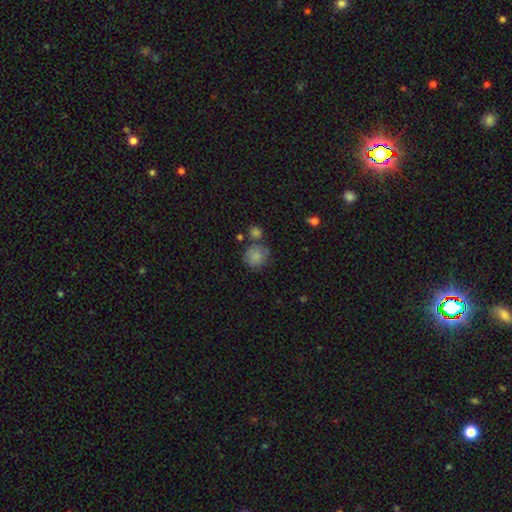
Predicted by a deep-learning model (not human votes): smooth_or_featured: smooth (p=0.82) [alt: featured or disk p=0.09]
how_rounded: round (p=0.86) [alt: in between p=0.13]
merging: none (p=0.63) [alt: minor disturbance p=0.17]